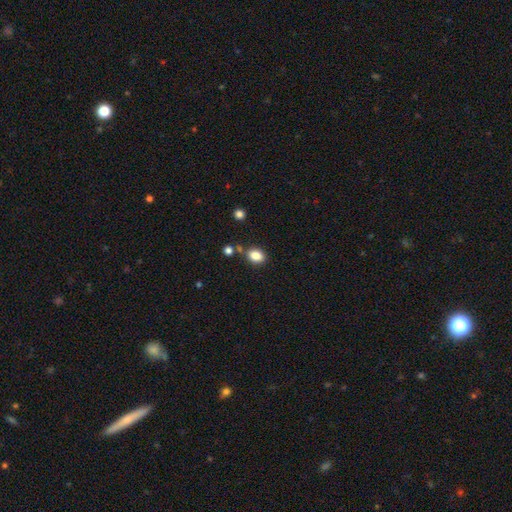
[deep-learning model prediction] A smooth galaxy with no disk features (85%) that is in between round and cigar-shaped (69%).

Vote fractions:
- Smooth or featured? smooth: 85% / star or artifact: 10% / featured or disk: 5%
- How rounded? in between: 69% / round: 30% / cigar-shaped: 1%
- Merging? none: 75% / minor disturbance: 13% / merger: 9% / major disturbance: 3%